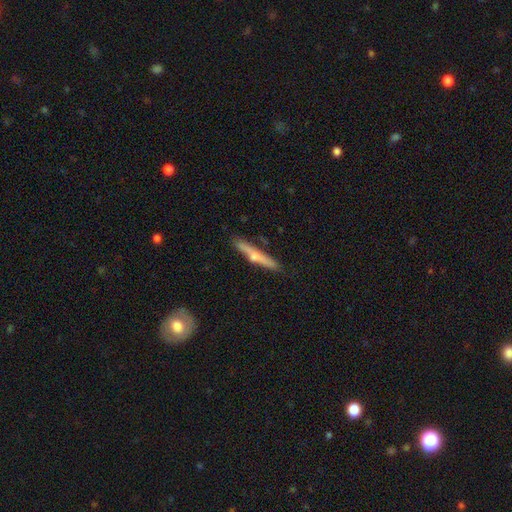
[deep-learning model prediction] Smooth or featured? Predicted: featured or disk (p=0.49). Merging? Predicted: none (p=0.80).